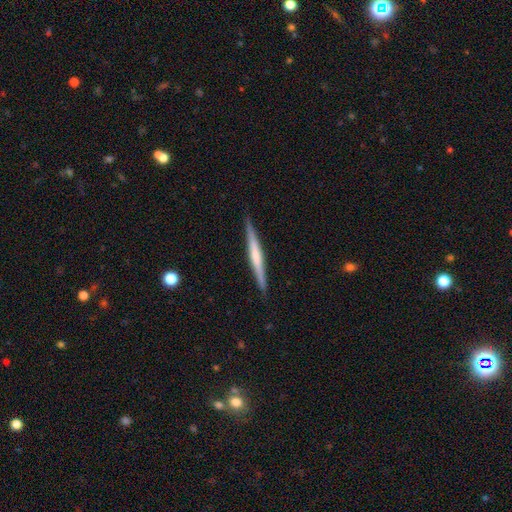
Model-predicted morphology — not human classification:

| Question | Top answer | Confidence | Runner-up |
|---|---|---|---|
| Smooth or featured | featured or disk | 58% | smooth (36%) |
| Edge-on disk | yes | 98% | no (2%) |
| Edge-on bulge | none | 49% | rounded (34%) |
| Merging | none | 90% | minor disturbance (8%) |